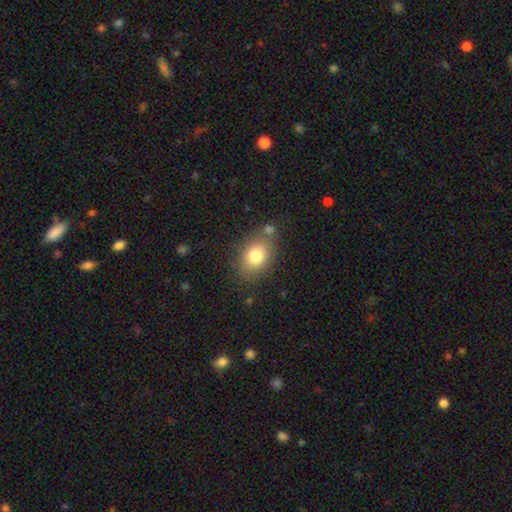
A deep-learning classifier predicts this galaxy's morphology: smooth 79%, featured or disk 12%, star or artifact 9%. Down the decision tree: how rounded — in between (71%); merging — none (73%).